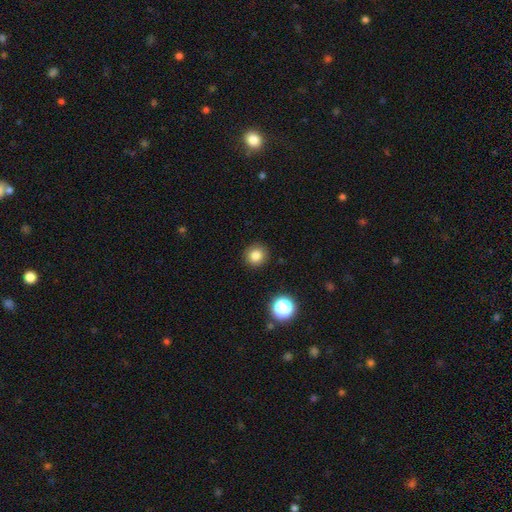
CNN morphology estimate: Smooth or featured? Predicted: smooth (p=0.82). How rounded? Predicted: round (p=0.93). Merging? Predicted: none (p=0.91).